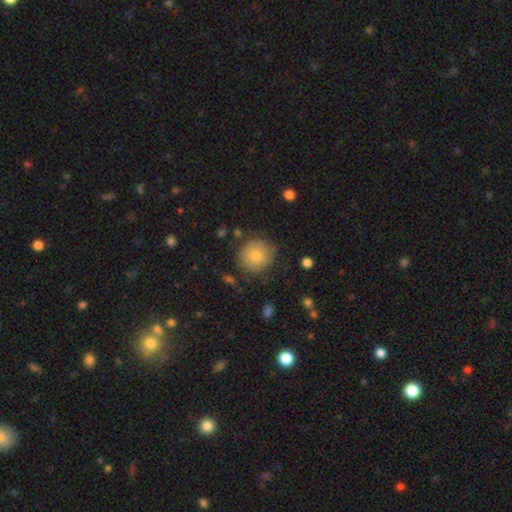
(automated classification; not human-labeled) Smooth or featured?
  - smooth: 72% *
  - featured or disk: 20%
  - star or artifact: 8%
How rounded?
  - round: 92% *
  - in between: 7%
  - cigar-shaped: 1%
Merging?
  - none: 77% *
  - minor disturbance: 16%
  - major disturbance: 5%
  - merger: 2%